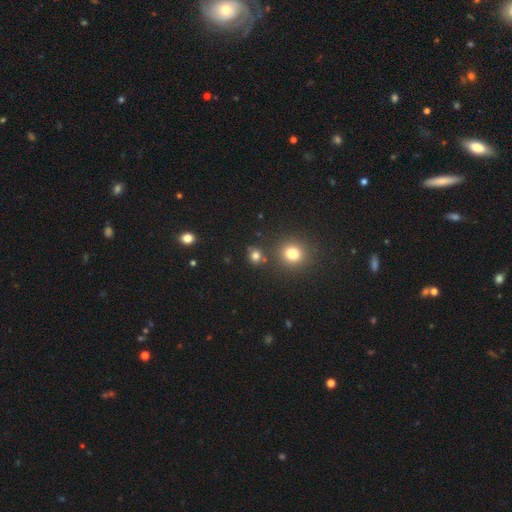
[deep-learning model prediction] smooth 76%, star or artifact 18%, featured or disk 6%. Down the decision tree: how rounded — round (83%); merging — none (78%).